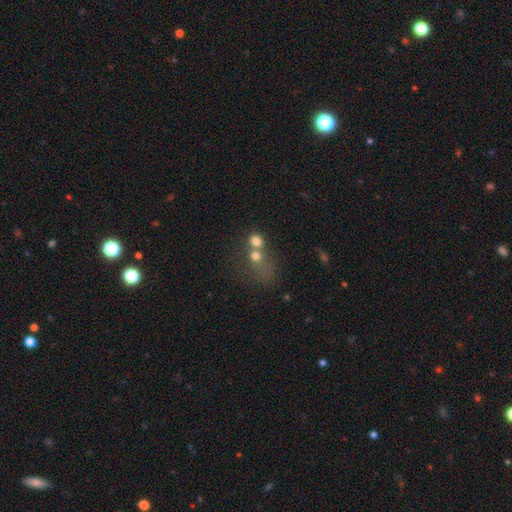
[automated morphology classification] A smooth galaxy with no disk features (49%). Merging: merger (43%).